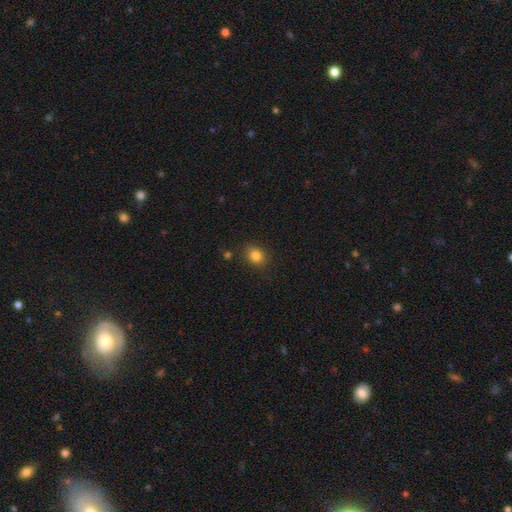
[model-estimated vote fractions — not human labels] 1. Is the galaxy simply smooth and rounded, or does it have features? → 84% smooth, 11% star or artifact, 5% featured or disk.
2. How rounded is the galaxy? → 51% in between, 48% round, 1% cigar-shaped.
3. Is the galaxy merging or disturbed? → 84% none, 11% minor disturbance, 3% major disturbance, 2% merger.